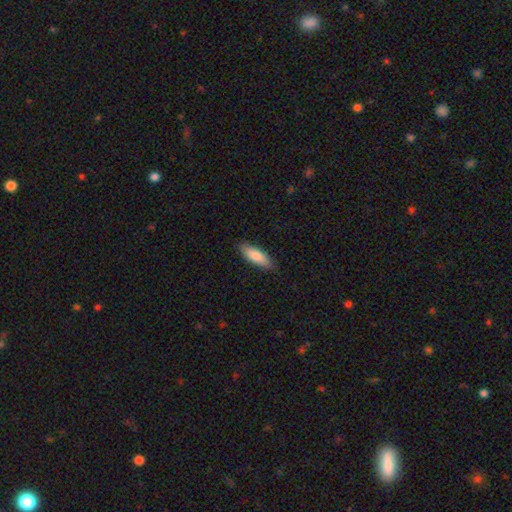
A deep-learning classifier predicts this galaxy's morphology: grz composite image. It shows a smooth galaxy with no disk features (83%) that is in between round and cigar-shaped (59%). Merging: none (86%).